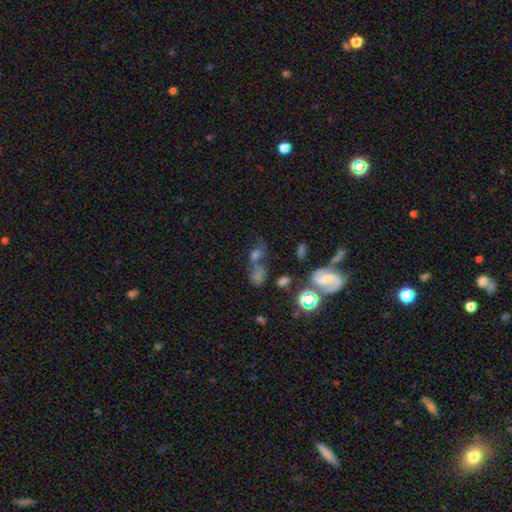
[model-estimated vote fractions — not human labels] Q: Smooth or featured?
A: featured or disk (38%); runner-up: smooth (35%)
Q: Merging?
A: none (37%); runner-up: merger (35%)